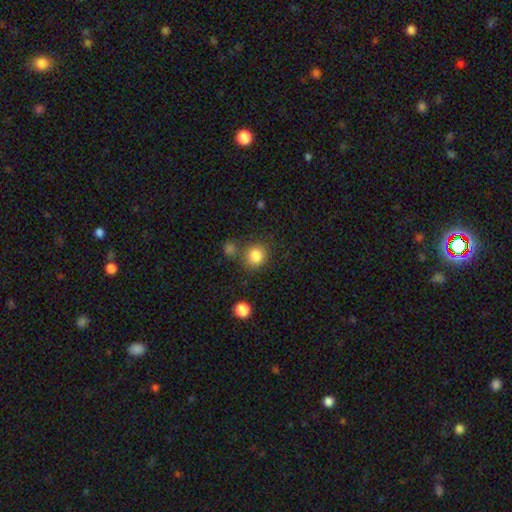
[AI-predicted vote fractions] smooth_or_featured: smooth (p=0.85) [alt: star or artifact p=0.10]
how_rounded: round (p=0.79) [alt: in between p=0.20]
merging: none (p=0.73) [alt: minor disturbance p=0.12]